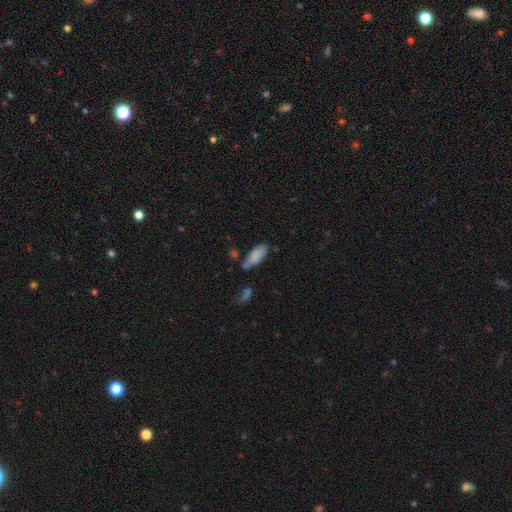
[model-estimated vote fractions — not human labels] Smooth or featured?
  - smooth: 80% *
  - featured or disk: 12%
  - star or artifact: 7%
How rounded?
  - in between: 83% *
  - cigar-shaped: 15%
  - round: 2%
Merging?
  - none: 52% *
  - minor disturbance: 26%
  - merger: 14%
  - major disturbance: 8%